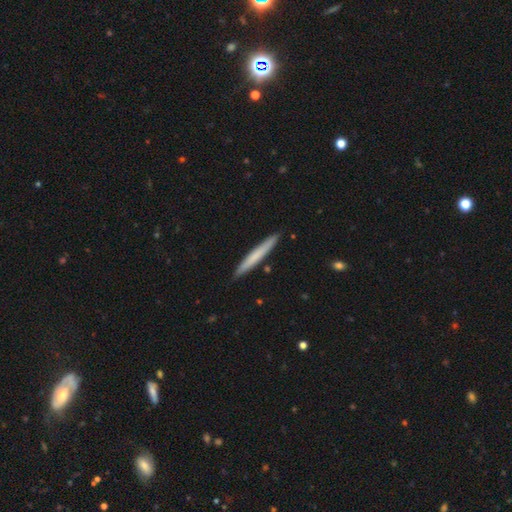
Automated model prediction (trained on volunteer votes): Smooth or featured? smooth (65%)
How rounded? cigar-shaped (97%)
Merging? none (91%)